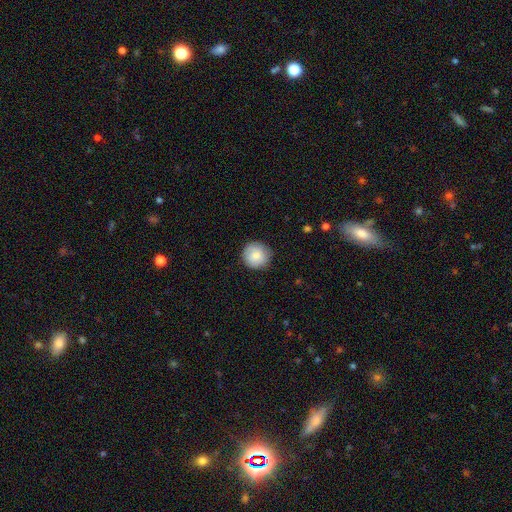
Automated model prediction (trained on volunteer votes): Q: Smooth or featured?
A: smooth (82%); runner-up: featured or disk (11%)
Q: How rounded?
A: round (94%); runner-up: in between (5%)
Q: Merging?
A: none (86%); runner-up: minor disturbance (11%)